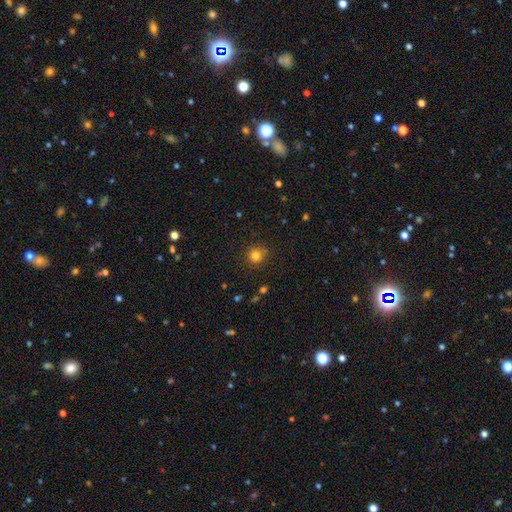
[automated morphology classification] smooth_or_featured: smooth (p=0.80) [alt: star or artifact p=0.15]
how_rounded: round (p=0.92) [alt: in between p=0.07]
merging: none (p=0.87) [alt: minor disturbance p=0.09]